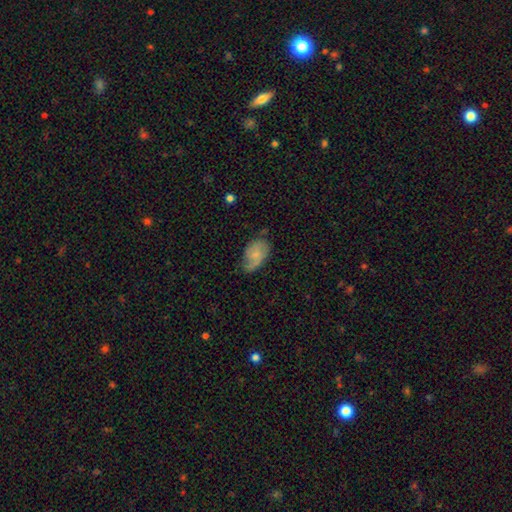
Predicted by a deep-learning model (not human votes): smooth-or-featured: smooth: 50% | featured or disk: 42% | star or artifact: 8%
  how-rounded: in between: 89% | round: 9% | cigar-shaped: 2%
  merging: none: 51% | minor disturbance: 33% | major disturbance: 14% | merger: 2%